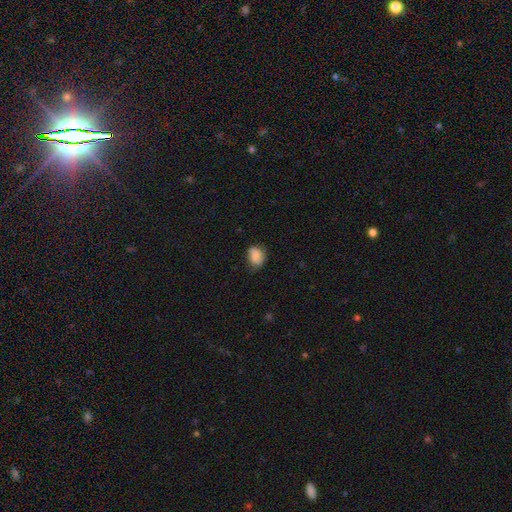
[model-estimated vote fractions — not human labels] Smooth or featured?
  - smooth: 84% *
  - star or artifact: 8%
  - featured or disk: 8%
How rounded?
  - in between: 66% *
  - round: 33%
  - cigar-shaped: 1%
Merging?
  - none: 62% *
  - minor disturbance: 30%
  - major disturbance: 7%
  - merger: 2%